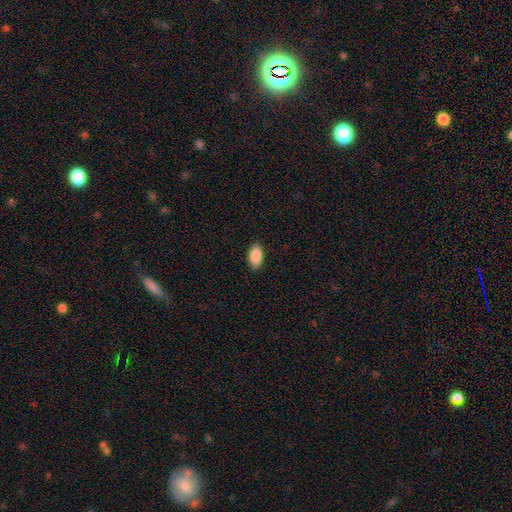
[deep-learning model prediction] smooth-or-featured: smooth: 90% | star or artifact: 7% | featured or disk: 3%
  how-rounded: in between: 95% | round: 3% | cigar-shaped: 2%
  merging: none: 89% | minor disturbance: 8% | major disturbance: 2% | merger: 1%